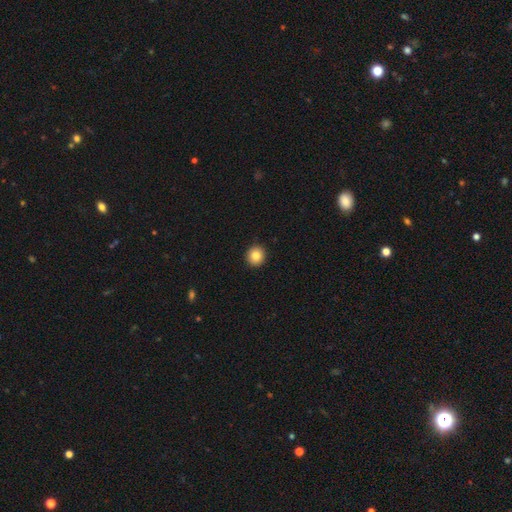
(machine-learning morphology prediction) smooth-or-featured: smooth: 83% | star or artifact: 10% | featured or disk: 7%
  how-rounded: round: 93% | in between: 6% | cigar-shaped: 1%
  merging: none: 93% | minor disturbance: 4% | major disturbance: 1% | merger: 1%